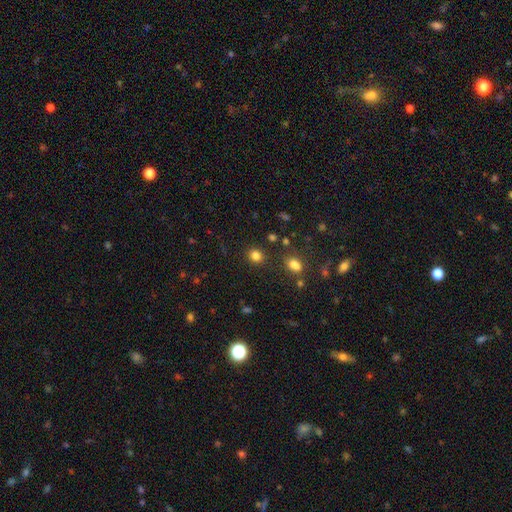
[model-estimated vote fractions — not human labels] smooth-or-featured: smooth: 81% | star or artifact: 14% | featured or disk: 5%
  how-rounded: round: 81% | in between: 18% | cigar-shaped: 1%
  merging: none: 86% | minor disturbance: 7% | merger: 4% | major disturbance: 3%